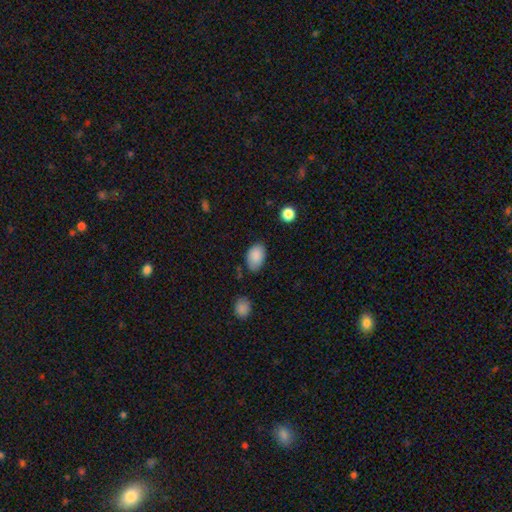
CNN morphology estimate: smooth 88%, star or artifact 7%, featured or disk 4%. Down the decision tree: how rounded — in between (90%); merging — none (75%).